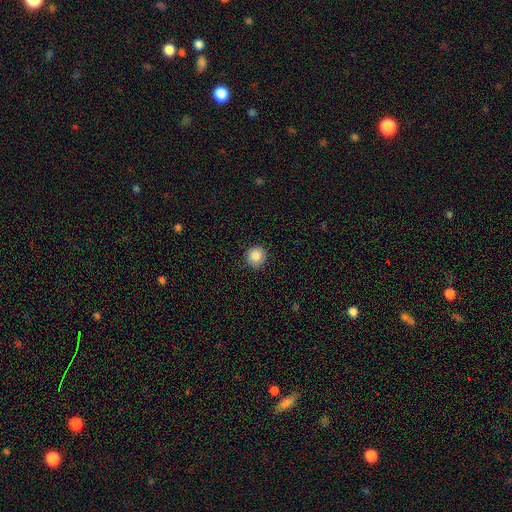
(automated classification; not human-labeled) smooth 86%, star or artifact 9%, featured or disk 4%. Down the decision tree: how rounded — round (94%); merging — none (88%).